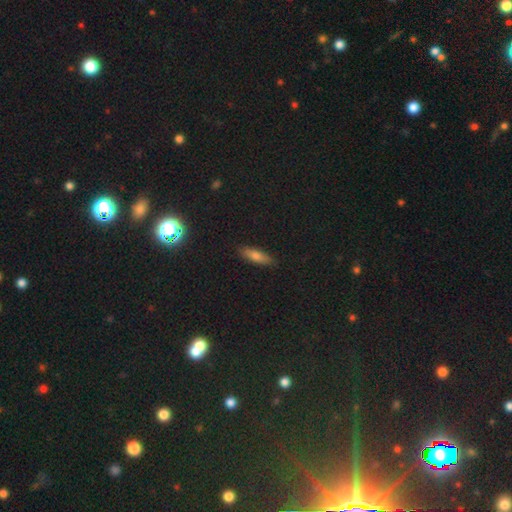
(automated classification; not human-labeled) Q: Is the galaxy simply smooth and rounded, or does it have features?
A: smooth — 71%.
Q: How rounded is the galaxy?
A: cigar-shaped — 52%.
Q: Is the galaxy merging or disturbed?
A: none — 88%.